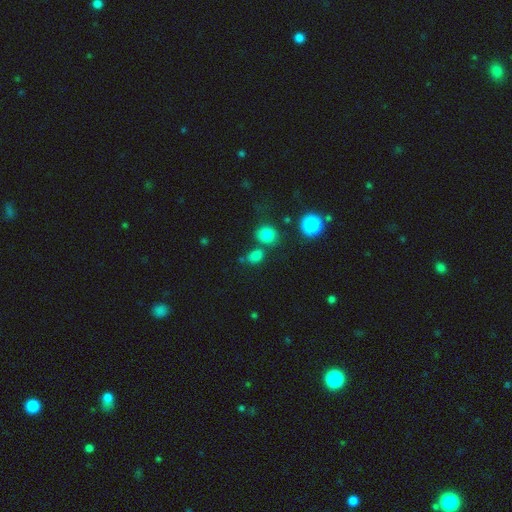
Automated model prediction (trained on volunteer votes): smooth_or_featured: smooth (p=0.75) [alt: star or artifact p=0.19]
how_rounded: in between (p=0.52) [alt: round p=0.46]
merging: none (p=0.66) [alt: merger p=0.17]